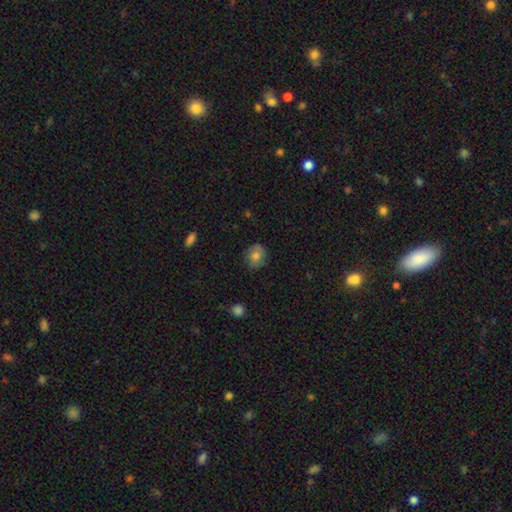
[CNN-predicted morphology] Smooth or featured? Predicted: smooth (p=0.76). How rounded? Predicted: round (p=0.68). Merging? Predicted: none (p=0.80).